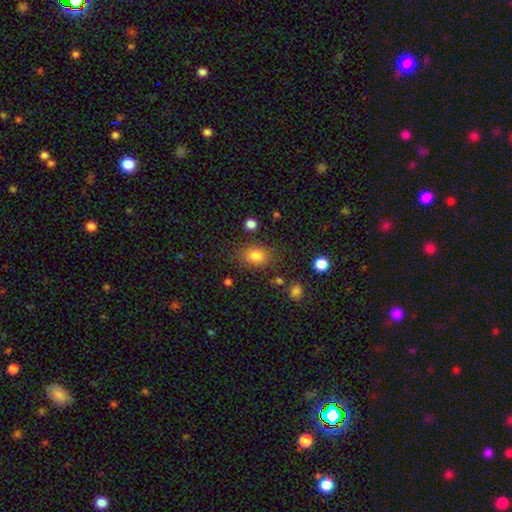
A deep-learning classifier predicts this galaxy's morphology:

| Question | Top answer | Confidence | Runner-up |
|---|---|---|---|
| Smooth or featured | smooth | 81% | star or artifact (11%) |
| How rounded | in between | 65% | round (34%) |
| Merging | none | 76% | minor disturbance (15%) |